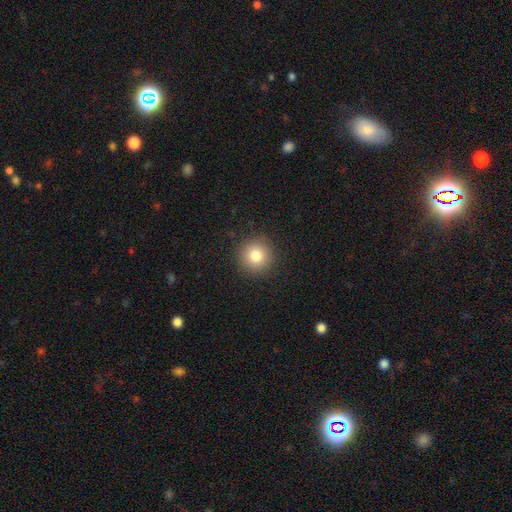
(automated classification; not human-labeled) A smooth galaxy with no disk features (81%) that is round (95%).

Vote fractions:
- Smooth or featured? smooth: 81% / star or artifact: 11% / featured or disk: 8%
- How rounded? round: 95% / in between: 4% / cigar-shaped: 1%
- Merging? none: 91% / minor disturbance: 6% / major disturbance: 2% / merger: 1%